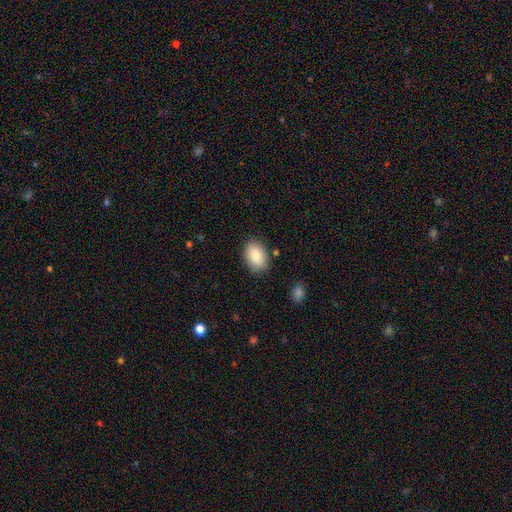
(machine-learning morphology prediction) The model was most divided on "merging": none: 83%, minor disturbance: 12%, major disturbance: 3%, merger: 2%. More confident: smooth or featured — smooth (88%); how rounded — in between (87%).